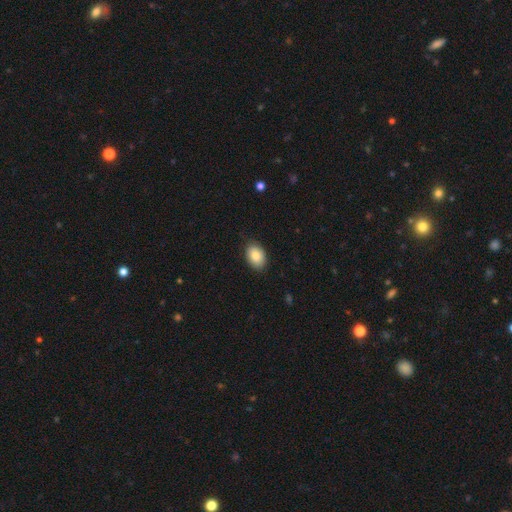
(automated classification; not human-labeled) Smooth or featured?
  - smooth: 86% *
  - featured or disk: 7%
  - star or artifact: 7%
How rounded?
  - in between: 85% *
  - round: 14%
  - cigar-shaped: 1%
Merging?
  - none: 84% *
  - minor disturbance: 13%
  - major disturbance: 2%
  - merger: 1%